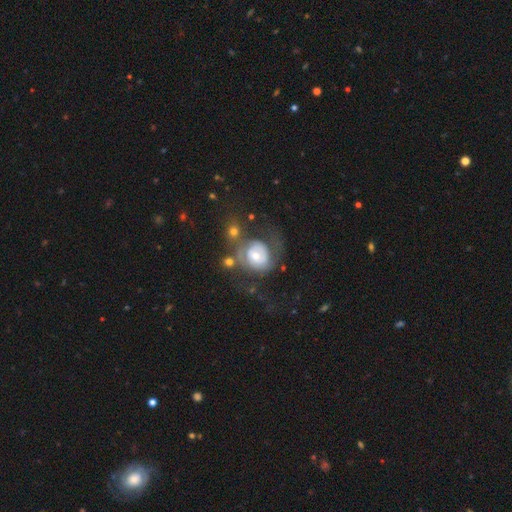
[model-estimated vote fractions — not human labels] smooth-or-featured: featured or disk: 65% | smooth: 27% | star or artifact: 8%
  disk-edge-on: no: 97% | yes: 3%
    bar: no: 74% | weak: 20% | strong: 6%
    has-spiral-arms: yes: 65% | no: 35%
    bulge-size: moderate: 55% | small: 36% | large: 6% | none: 1% | dominant: 1%
  merging: none: 41% | major disturbance: 29% | minor disturbance: 17% | merger: 12%